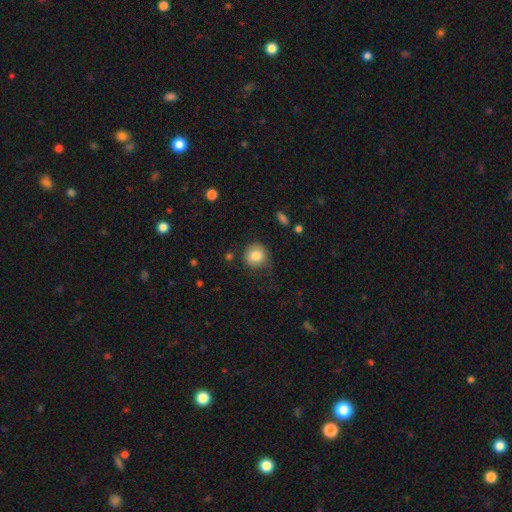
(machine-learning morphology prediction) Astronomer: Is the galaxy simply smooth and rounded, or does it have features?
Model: smooth — 82%.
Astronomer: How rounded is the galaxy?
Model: round — 90%.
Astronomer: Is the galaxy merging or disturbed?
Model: none — 70%.